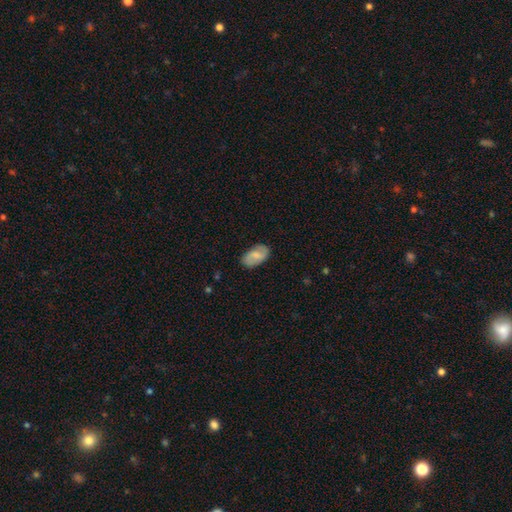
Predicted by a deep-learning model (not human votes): smooth-or-featured: smooth: 57% | featured or disk: 36% | star or artifact: 7%
  how-rounded: in between: 93% | round: 5% | cigar-shaped: 2%
  merging: none: 81% | minor disturbance: 15% | major disturbance: 3% | merger: 1%